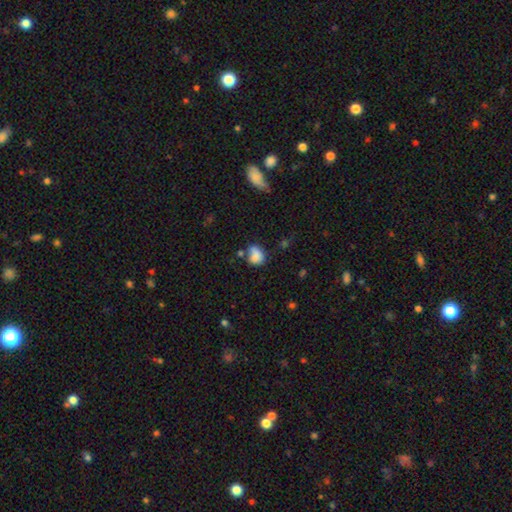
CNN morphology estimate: Q: Smooth or featured?
A: smooth (77%); runner-up: featured or disk (12%)
Q: How rounded?
A: in between (53%); runner-up: round (46%)
Q: Merging?
A: none (40%); runner-up: minor disturbance (26%)